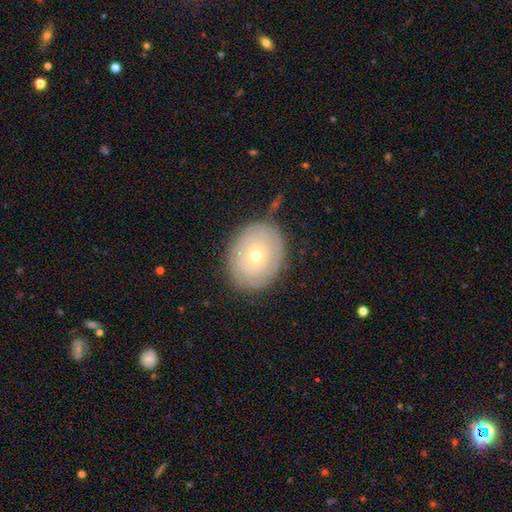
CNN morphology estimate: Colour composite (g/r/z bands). It shows a featured or disk galaxy (47%). Merging: none (80%).